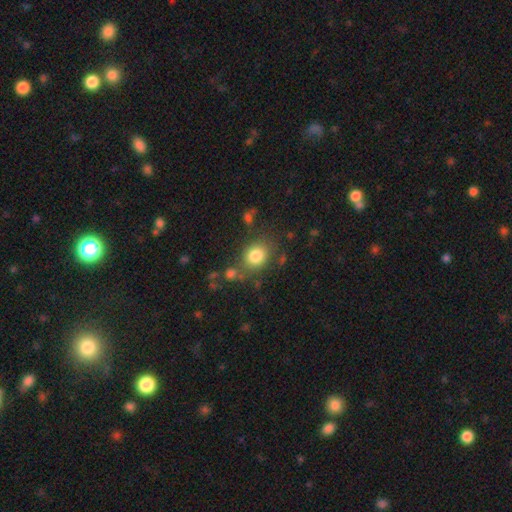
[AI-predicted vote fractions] Smooth or featured?
  - smooth: 82% *
  - star or artifact: 10%
  - featured or disk: 8%
How rounded?
  - round: 63% *
  - in between: 36%
  - cigar-shaped: 1%
Merging?
  - none: 70% *
  - minor disturbance: 14%
  - merger: 9%
  - major disturbance: 6%